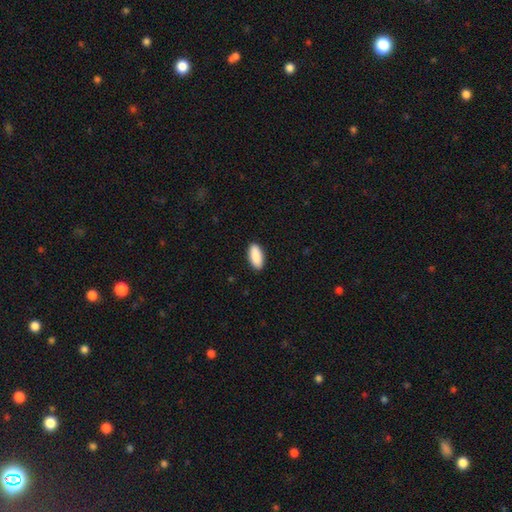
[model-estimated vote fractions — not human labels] Smooth or featured? Predicted: smooth (p=0.91). How rounded? Predicted: in between (p=0.87). Merging? Predicted: none (p=0.90).